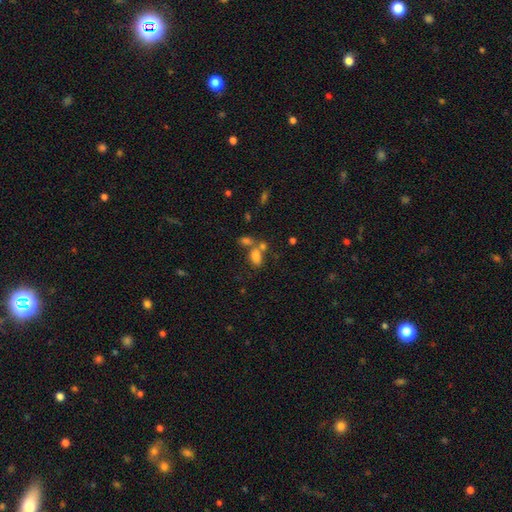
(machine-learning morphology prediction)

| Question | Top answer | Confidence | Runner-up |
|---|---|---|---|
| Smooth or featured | smooth | 76% | star or artifact (14%) |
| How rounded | in between | 84% | round (14%) |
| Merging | merger | 42% | none (40%) |